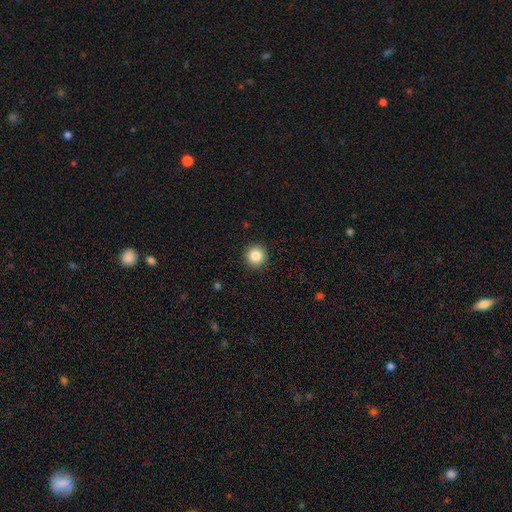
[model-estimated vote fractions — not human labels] Morphology: type=smooth (85%); roundness=round (94%); merging=none (92%).